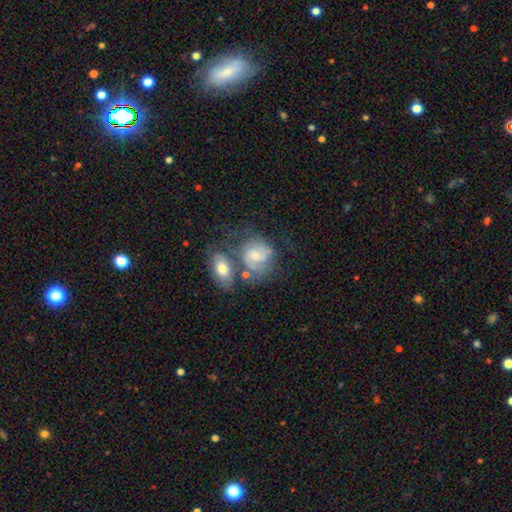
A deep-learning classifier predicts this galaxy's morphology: Q: Smooth or featured?
A: featured or disk (71%); runner-up: smooth (22%)
Q: Edge-on disk?
A: no (97%); runner-up: yes (3%)
Q: Bar?
A: no (62%); runner-up: weak (33%)
Q: Spiral arms?
A: yes (91%); runner-up: no (9%)
Q: Spiral winding?
A: tight (47%); runner-up: medium (41%)
Q: Spiral arm count?
A: 2 (57%); runner-up: can't tell (22%)
Q: Bulge size?
A: moderate (48%); runner-up: small (45%)
Q: Merging?
A: none (41%); runner-up: merger (30%)